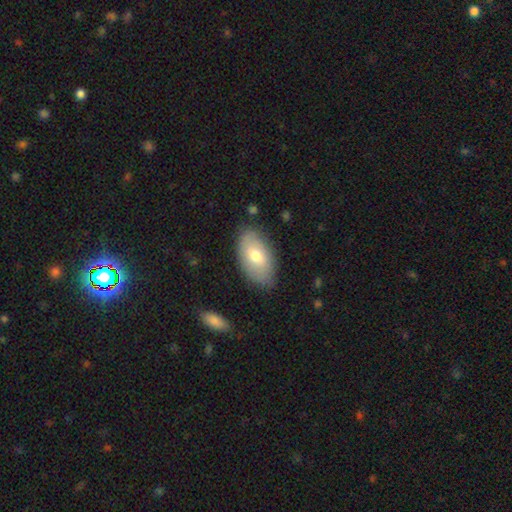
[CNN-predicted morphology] This is likely a smooth galaxy (70%). How rounded: clearly in between (94%). Merging: likely none (79%).